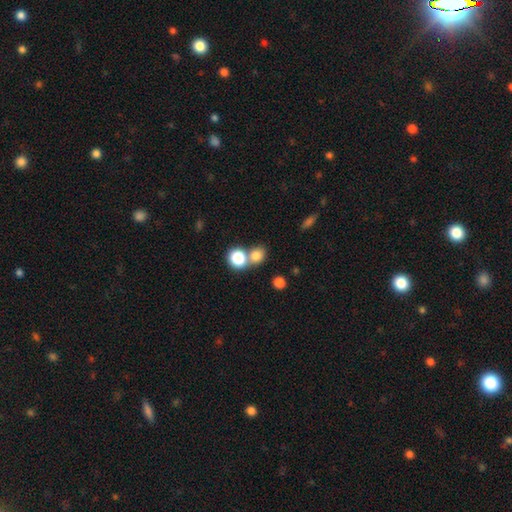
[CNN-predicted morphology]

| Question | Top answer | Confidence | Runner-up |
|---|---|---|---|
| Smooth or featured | smooth | 78% | star or artifact (14%) |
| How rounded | round | 75% | in between (24%) |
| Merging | none | 48% | merger (42%) |